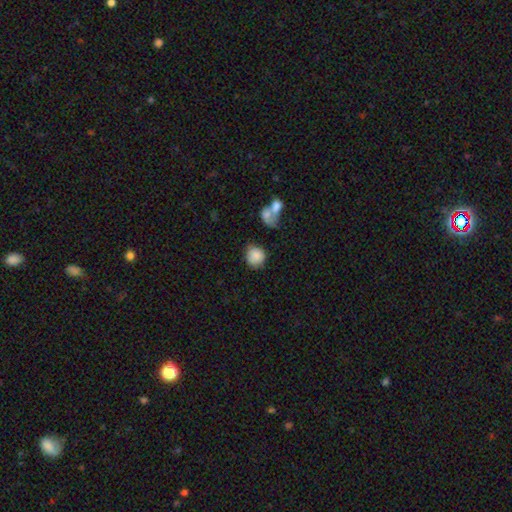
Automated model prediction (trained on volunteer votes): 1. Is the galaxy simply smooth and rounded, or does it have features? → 84% smooth, 8% featured or disk, 8% star or artifact.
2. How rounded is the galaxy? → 81% round, 18% in between, 1% cigar-shaped.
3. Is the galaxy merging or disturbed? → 61% none, 21% minor disturbance, 11% merger, 8% major disturbance.